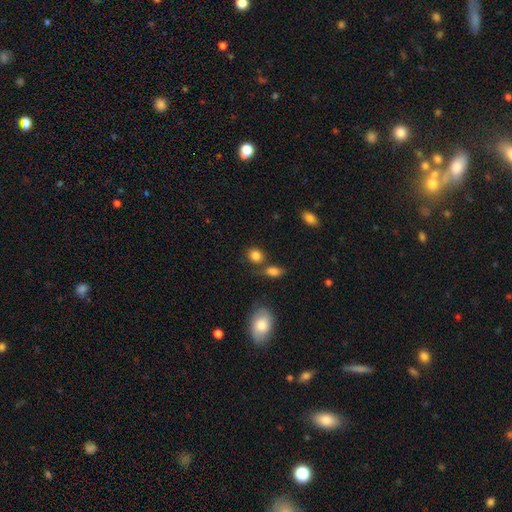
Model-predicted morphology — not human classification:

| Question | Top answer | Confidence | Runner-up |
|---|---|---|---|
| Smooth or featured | smooth | 85% | star or artifact (10%) |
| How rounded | round | 69% | in between (29%) |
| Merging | none | 66% | merger (17%) |